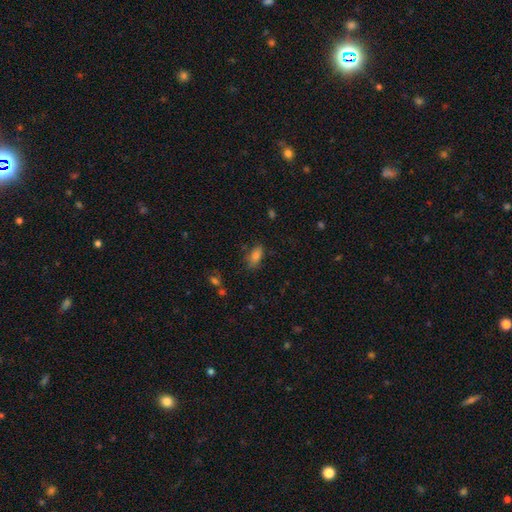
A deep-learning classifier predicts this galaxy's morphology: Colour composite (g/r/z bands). It shows a smooth galaxy with no disk features (81%) that is in between round and cigar-shaped (86%). Merging: none (76%).